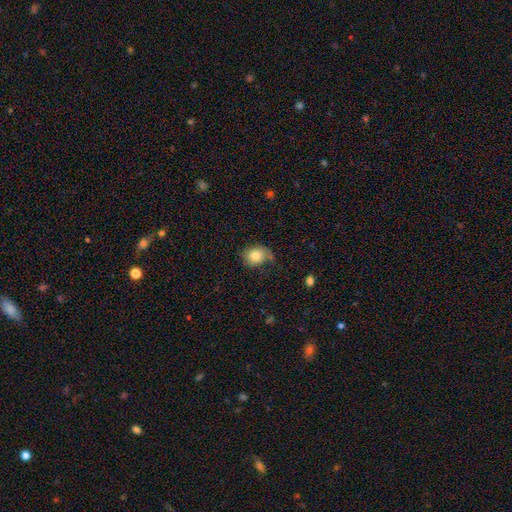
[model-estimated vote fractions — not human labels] A smooth galaxy with no disk features (75%) that is in between round and cigar-shaped (55%).

Vote fractions:
- Smooth or featured? smooth: 75% / featured or disk: 16% / star or artifact: 8%
- How rounded? in between: 55% / round: 44% / cigar-shaped: 1%
- Merging? none: 56% / minor disturbance: 30% / major disturbance: 12% / merger: 3%